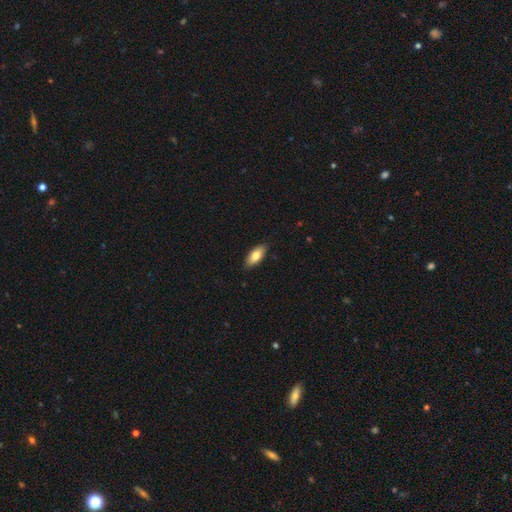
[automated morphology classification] Smooth or featured? Predicted: smooth (p=0.79). How rounded? Predicted: in between (p=0.83). Merging? Predicted: none (p=0.86).